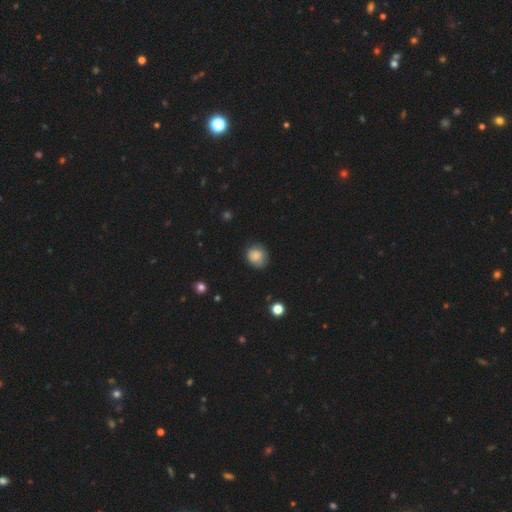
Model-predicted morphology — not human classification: smooth-or-featured: smooth: 83% | star or artifact: 9% | featured or disk: 8%
  how-rounded: round: 74% | in between: 25% | cigar-shaped: 1%
  merging: none: 72% | minor disturbance: 22% | major disturbance: 5% | merger: 1%